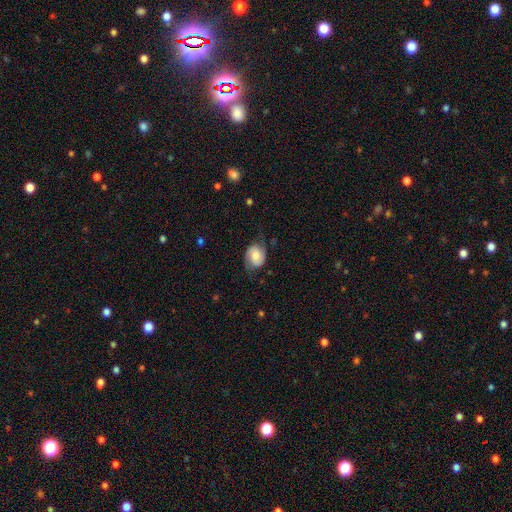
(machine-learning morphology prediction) The model was most divided on "smooth or featured": smooth: 49%, featured or disk: 42%, star or artifact: 9%. More confident: merging — none (60%).